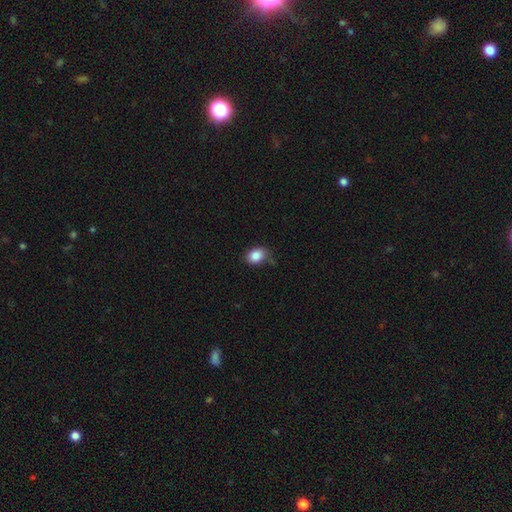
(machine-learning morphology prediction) smooth_or_featured: smooth (p=0.86) [alt: star or artifact p=0.09]
how_rounded: in between (p=0.66) [alt: round p=0.33]
merging: none (p=0.74) [alt: minor disturbance p=0.20]